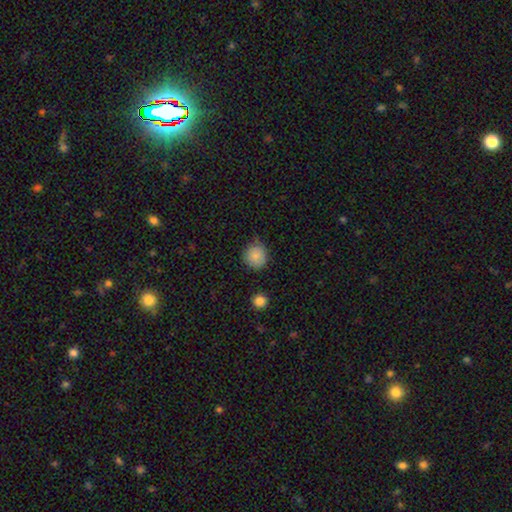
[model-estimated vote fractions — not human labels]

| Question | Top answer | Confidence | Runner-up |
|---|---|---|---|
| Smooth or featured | smooth | 86% | star or artifact (10%) |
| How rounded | round | 92% | in between (7%) |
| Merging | none | 73% | minor disturbance (21%) |